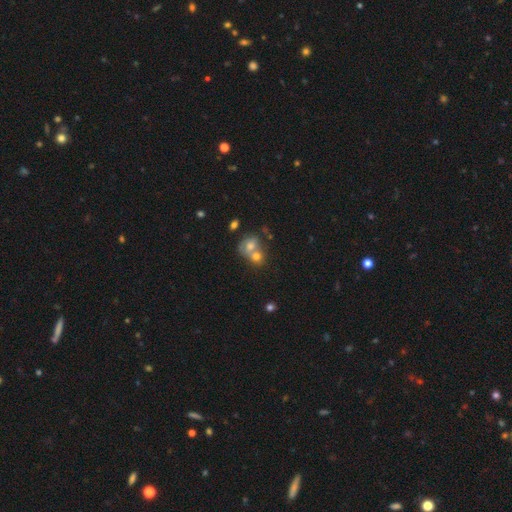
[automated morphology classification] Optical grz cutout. It shows a smooth galaxy with no disk features (55%) that is round (67%). Merging: merger (61%).